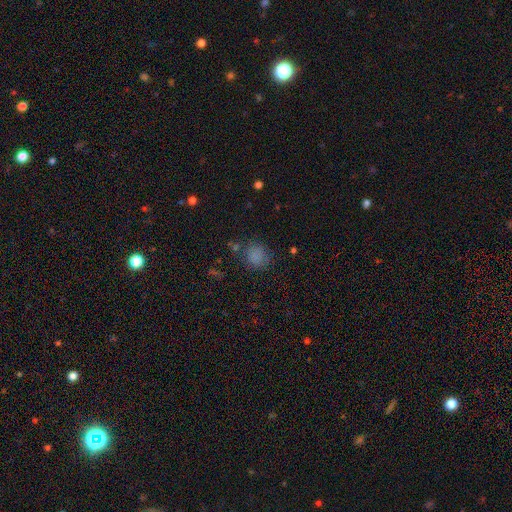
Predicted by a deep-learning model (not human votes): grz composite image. It shows a smooth galaxy with no disk features (78%) that is round (83%). Merging: none (76%).